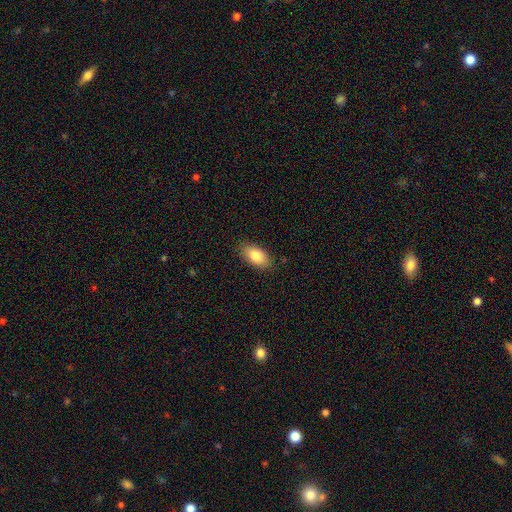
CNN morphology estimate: A smooth galaxy with no disk features (83%) that is in between round and cigar-shaped (92%). Merging: none (85%).